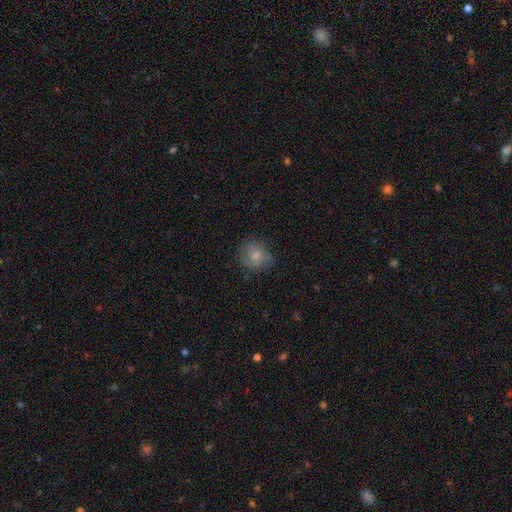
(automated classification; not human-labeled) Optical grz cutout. It shows a smooth galaxy with no disk features (75%) that is round (78%). Merging: none (72%).